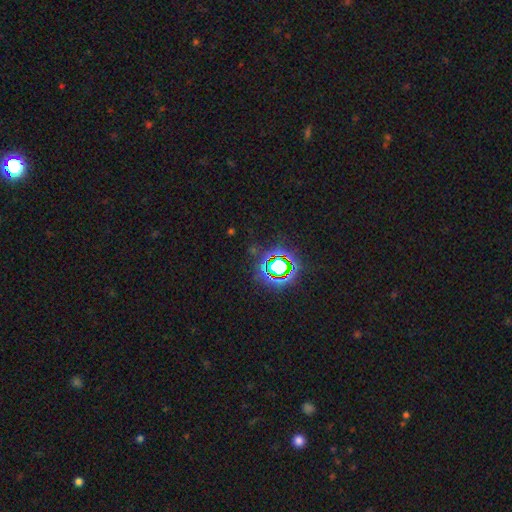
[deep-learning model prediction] This is likely a star or artifact rather than a galaxy (79%).